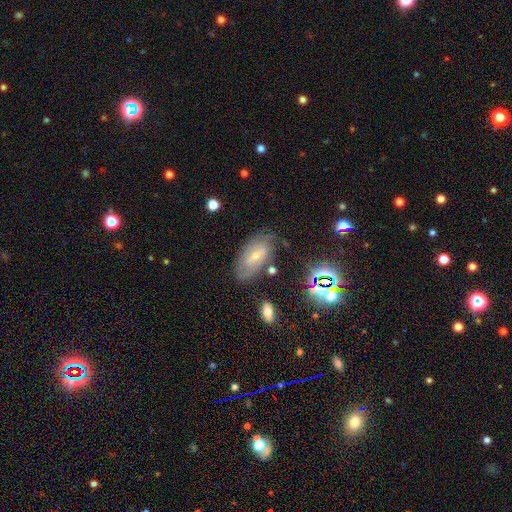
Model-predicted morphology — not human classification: This appears to be a featured or disk galaxy (57%) with a weak bar (45%), spiral arms (76%) and a small central bulge (64%). Merging: none (67%).